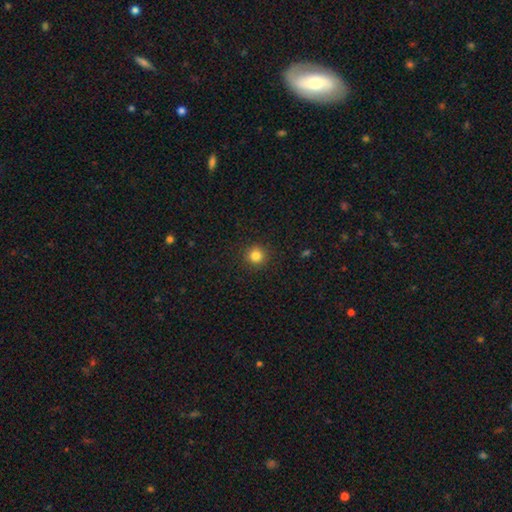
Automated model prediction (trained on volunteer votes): This appears to be a smooth galaxy with no disk features (84%) that is round (94%). Merging: none (91%).